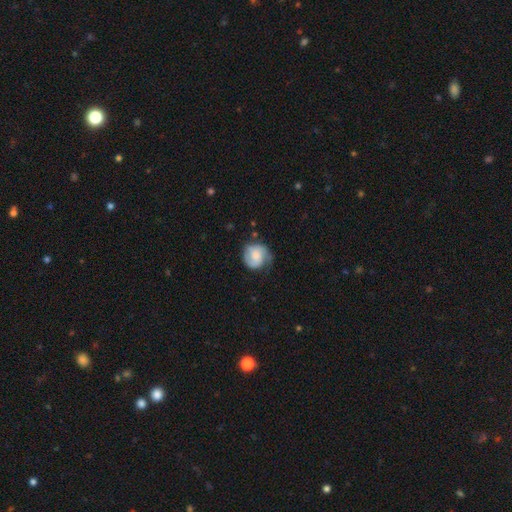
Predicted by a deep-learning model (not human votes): Smooth or featured? featured or disk (55%)
Edge-on disk? no (98%)
Bar? no (64%)
Spiral arms? yes (89%)
Bulge size? moderate (30%)
Merging? none (62%)